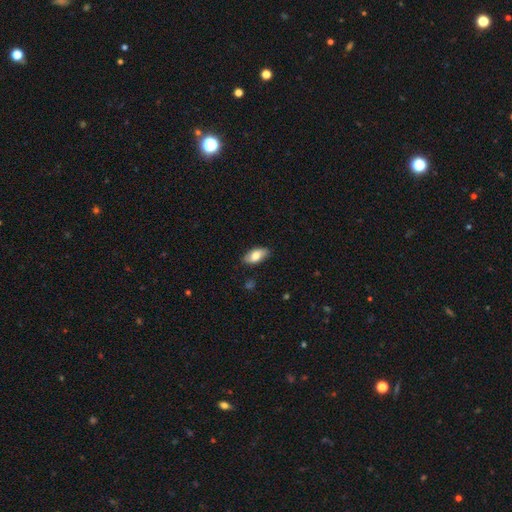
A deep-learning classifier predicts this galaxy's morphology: Smooth or featured? Predicted: smooth (p=0.74). How rounded? Predicted: in between (p=0.91). Merging? Predicted: none (p=0.84).